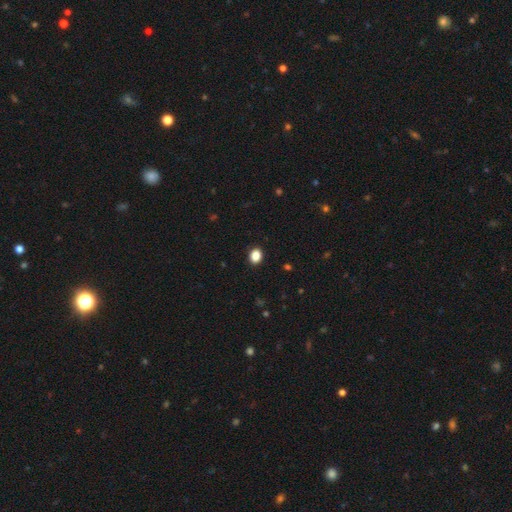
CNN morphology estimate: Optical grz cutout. It shows a smooth galaxy with no disk features (86%) that is round (52%). Merging: none (91%).